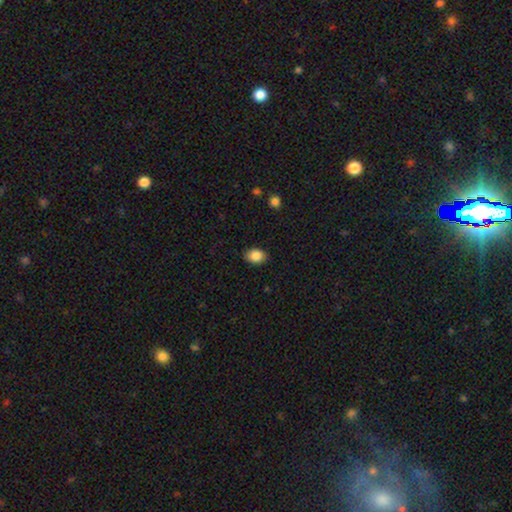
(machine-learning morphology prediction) This is clearly a smooth galaxy (87%). How rounded: likely in between (71%). Merging: clearly none (87%).